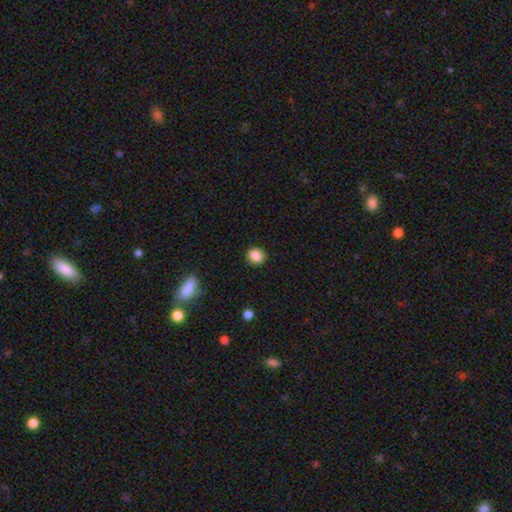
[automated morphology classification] smooth-or-featured: smooth: 87% | star or artifact: 9% | featured or disk: 3%
  how-rounded: round: 77% | in between: 22% | cigar-shaped: 1%
  merging: none: 90% | minor disturbance: 7% | major disturbance: 2% | merger: 1%